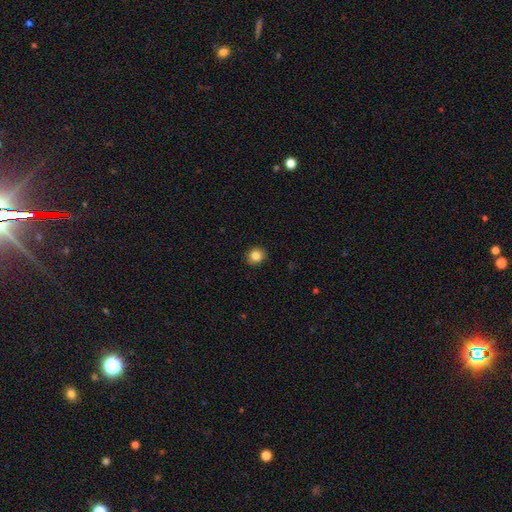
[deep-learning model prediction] smooth_or_featured: smooth (p=0.85) [alt: star or artifact p=0.10]
how_rounded: round (p=0.76) [alt: in between p=0.23]
merging: none (p=0.90) [alt: minor disturbance p=0.07]